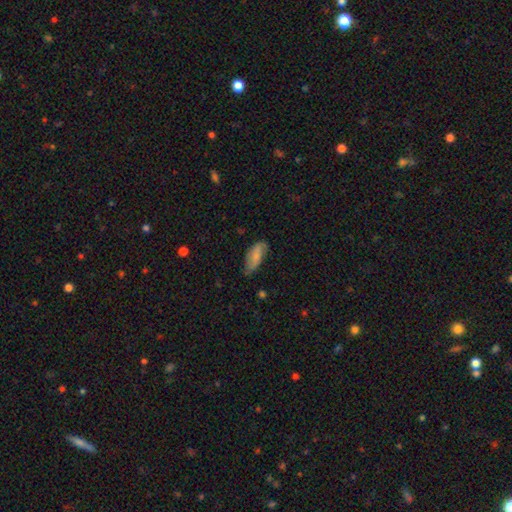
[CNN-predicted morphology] smooth_or_featured: smooth (p=0.69) [alt: featured or disk p=0.24]
how_rounded: in between (p=0.83) [alt: cigar-shaped p=0.14]
merging: none (p=0.63) [alt: minor disturbance p=0.29]